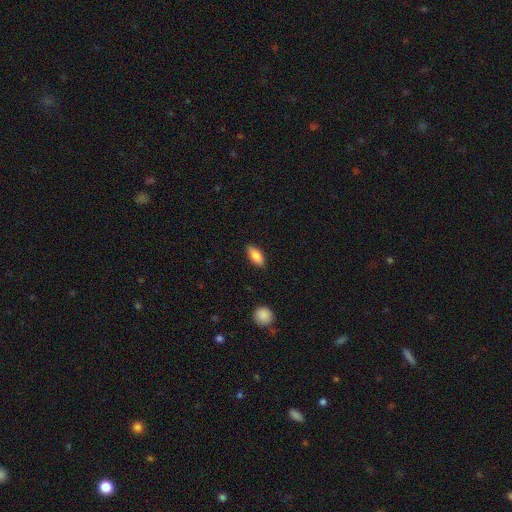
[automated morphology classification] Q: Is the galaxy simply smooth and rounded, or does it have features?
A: smooth — 85%.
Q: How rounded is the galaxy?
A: in between — 85%.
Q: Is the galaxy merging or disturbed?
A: none — 87%.